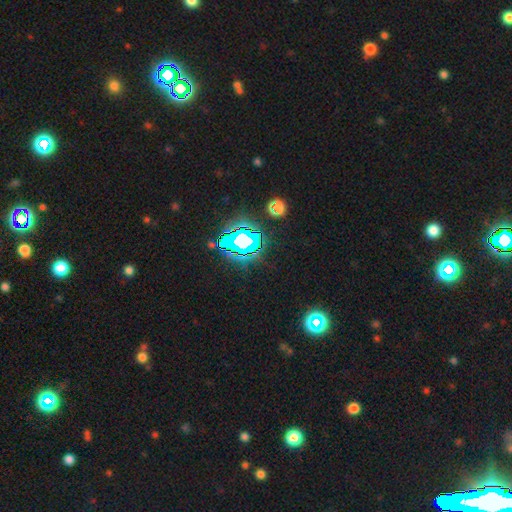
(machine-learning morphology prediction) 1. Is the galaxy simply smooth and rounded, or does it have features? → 80% star or artifact, 12% smooth, 7% featured or disk.